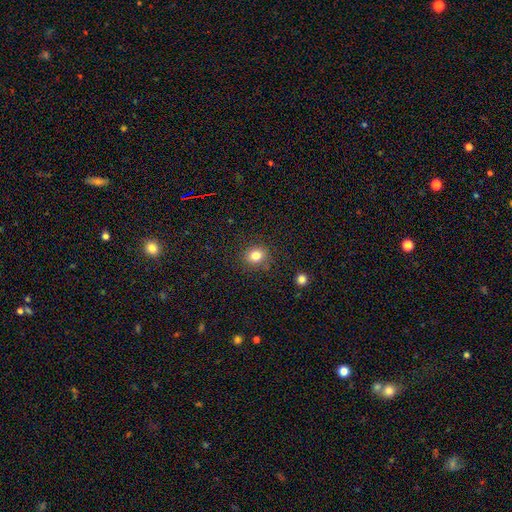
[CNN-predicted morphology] A smooth galaxy with no disk features (81%) that is round (74%).

Vote fractions:
- Smooth or featured? smooth: 81% / star or artifact: 12% / featured or disk: 7%
- How rounded? round: 74% / in between: 25% / cigar-shaped: 1%
- Merging? none: 85% / minor disturbance: 10% / major disturbance: 3% / merger: 2%